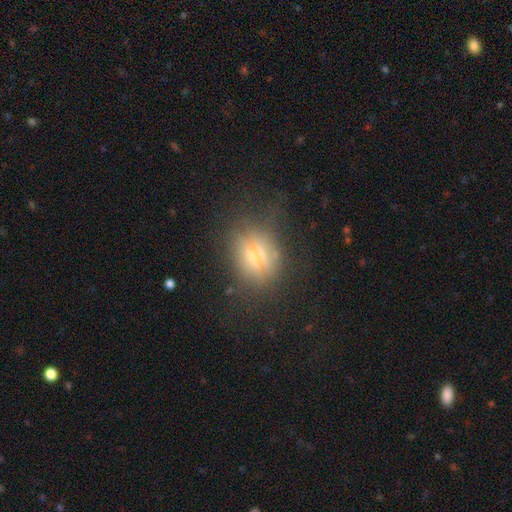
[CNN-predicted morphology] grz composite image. It shows a smooth galaxy with no disk features (41%). Merging: none (67%).